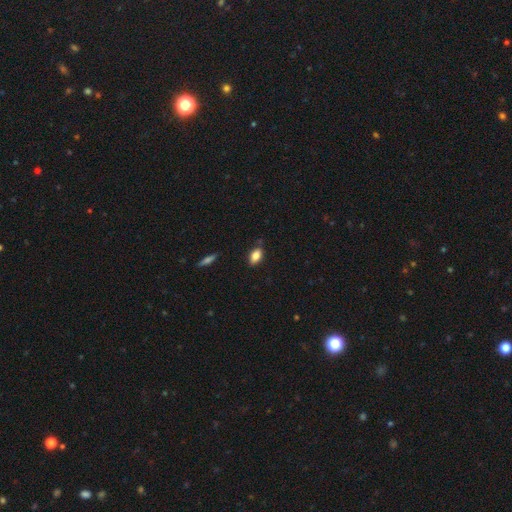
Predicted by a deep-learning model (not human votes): smooth-or-featured: smooth: 83% | featured or disk: 9% | star or artifact: 8%
  how-rounded: in between: 88% | round: 7% | cigar-shaped: 5%
  merging: none: 79% | minor disturbance: 16% | major disturbance: 3% | merger: 2%